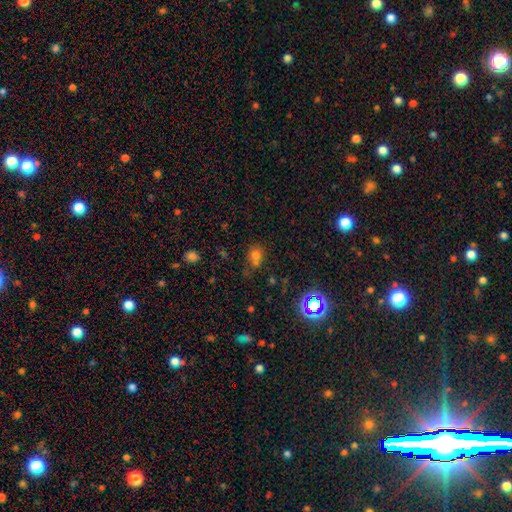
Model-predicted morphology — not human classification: This is likely a smooth galaxy (69%). How rounded: likely round (65%). Merging: marginally none (45%).